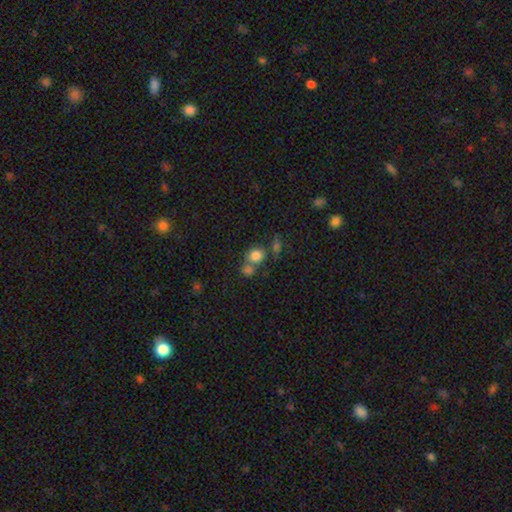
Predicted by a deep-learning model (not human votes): Smooth or featured: smooth — 79% (star or artifact — 13%)
How rounded: round — 74% (in between — 25%)
Merging: none — 49% (merger — 36%)